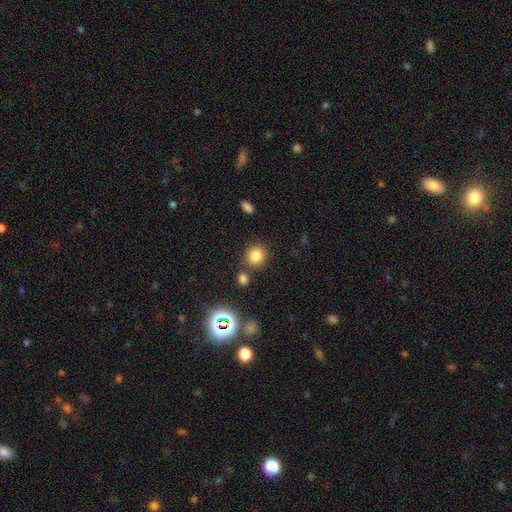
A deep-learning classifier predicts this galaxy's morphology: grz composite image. It shows a smooth galaxy with no disk features (81%) that is round (84%). Merging: none (76%).